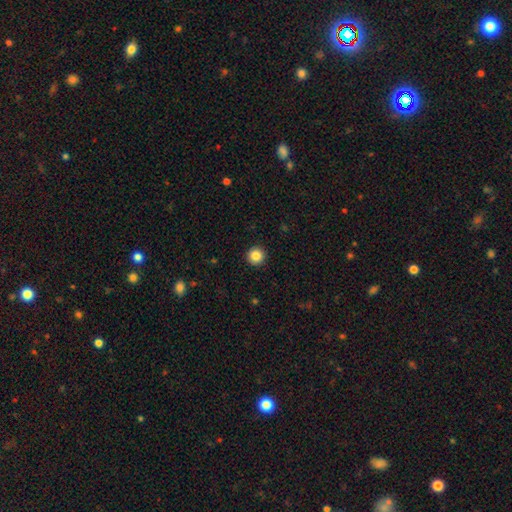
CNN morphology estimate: smooth 85%, star or artifact 10%, featured or disk 5%. Down the decision tree: how rounded — round (96%); merging — none (94%).